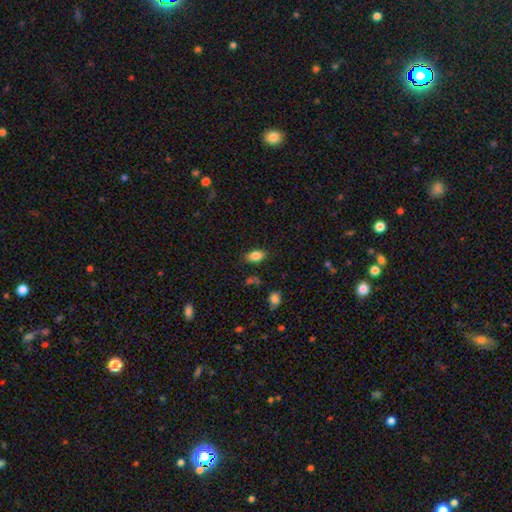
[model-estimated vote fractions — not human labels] Smooth or featured: smooth — 83% (star or artifact — 9%)
How rounded: in between — 89% (round — 7%)
Merging: none — 83% (minor disturbance — 12%)